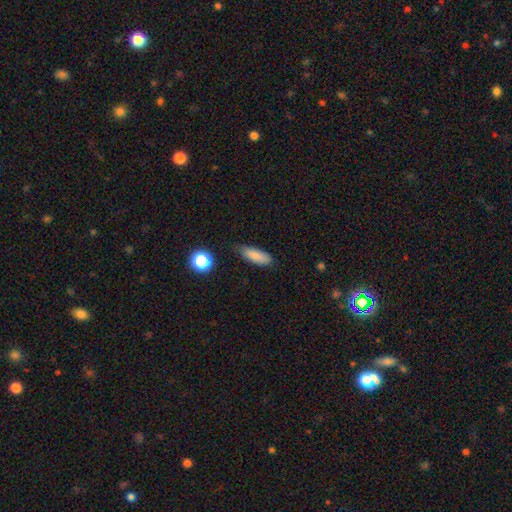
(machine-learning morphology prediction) smooth-or-featured: smooth: 84% | star or artifact: 8% | featured or disk: 7%
  how-rounded: in between: 63% | cigar-shaped: 35% | round: 3%
  merging: none: 69% | minor disturbance: 24% | major disturbance: 5% | merger: 2%